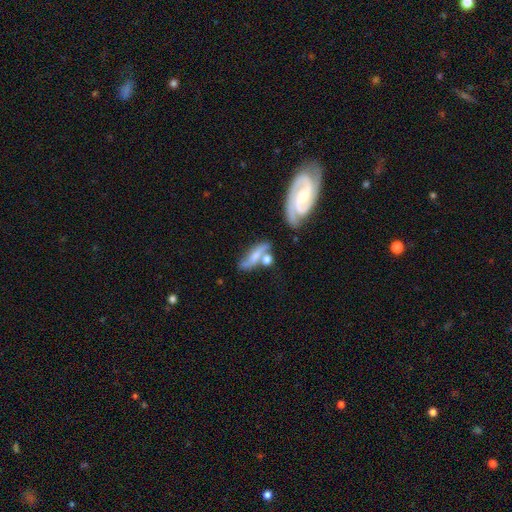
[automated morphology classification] This is possibly a featured or disk galaxy (54%). It is likely not viewed edge-on (75%). Merging: marginally none (45%).